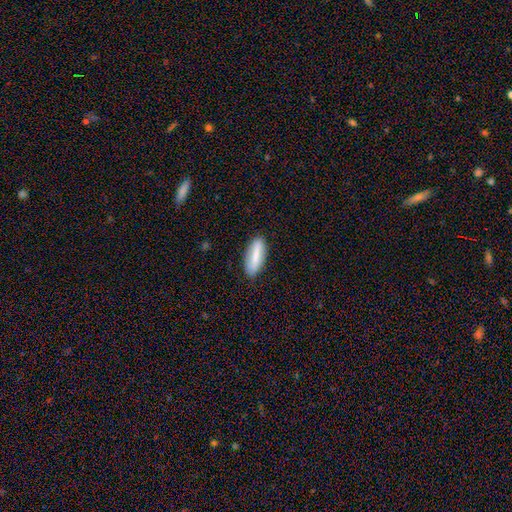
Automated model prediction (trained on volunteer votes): Smooth or featured: smooth — 72% (featured or disk — 21%)
How rounded: in between — 58% (cigar-shaped — 40%)
Merging: none — 82% (minor disturbance — 13%)